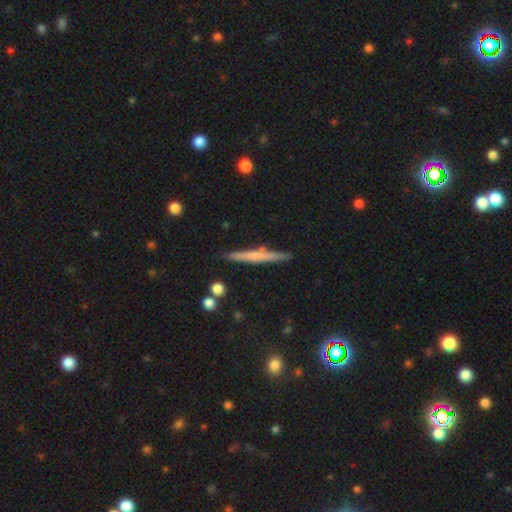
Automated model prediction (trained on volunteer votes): smooth_or_featured: featured or disk (p=0.46) [tied with: smooth p=0.46]
merging: none (p=0.84) [alt: minor disturbance p=0.10]